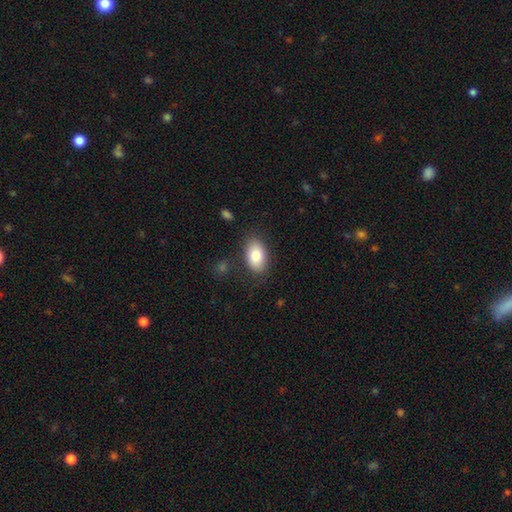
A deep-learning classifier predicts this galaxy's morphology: smooth-or-featured: smooth: 84% | featured or disk: 10% | star or artifact: 7%
  how-rounded: in between: 92% | round: 7% | cigar-shaped: 2%
  merging: none: 82% | minor disturbance: 12% | major disturbance: 4% | merger: 2%